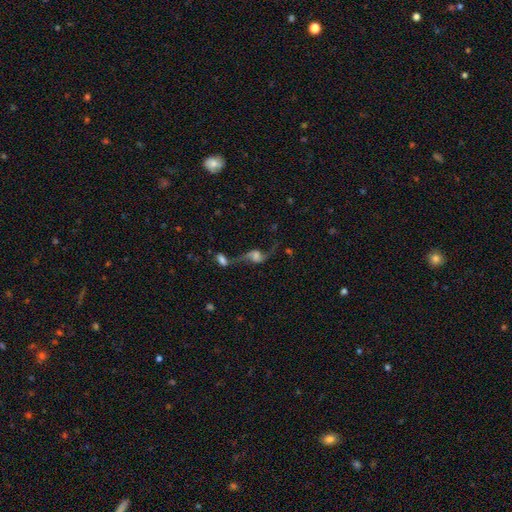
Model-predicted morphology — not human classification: A featured or disk galaxy (72%) with no bar (48%), 2 (89%) loose (89%) spiral arms (89%) and a moderate central bulge (29%).

Vote fractions:
- Smooth or featured? featured or disk: 72% / smooth: 18% / star or artifact: 10%
- Edge-on disk? no: 92% / yes: 8%
- Bar? no: 48% / weak: 39% / strong: 13%
- Spiral arms? yes: 89% / no: 11%
- Spiral winding? loose: 89% / medium: 9% / tight: 2%
- Spiral arm count? 2: 89% / 1: 6% / can't tell: 3% / 3: 1% / 4: 1% / more than 4: 1%
- Bulge size? moderate: 29% / none: 23% / large: 22% / small: 21% / dominant: 6%
- Merging? merger: 39% / none: 33% / major disturbance: 15% / minor disturbance: 12%